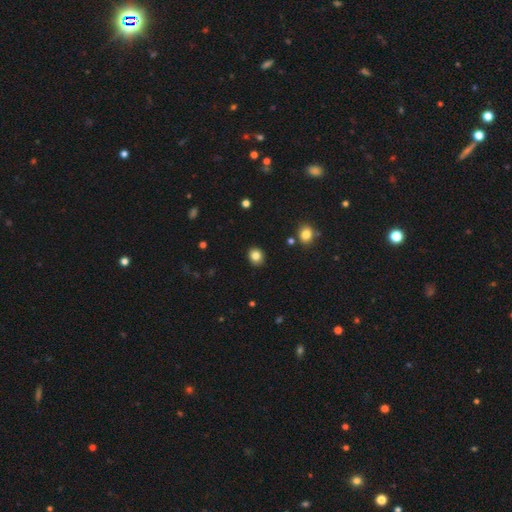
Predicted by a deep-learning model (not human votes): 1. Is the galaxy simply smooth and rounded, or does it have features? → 84% smooth, 10% star or artifact, 6% featured or disk.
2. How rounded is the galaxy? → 70% round, 29% in between, 1% cigar-shaped.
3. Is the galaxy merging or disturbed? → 90% none, 7% minor disturbance, 2% major disturbance, 1% merger.